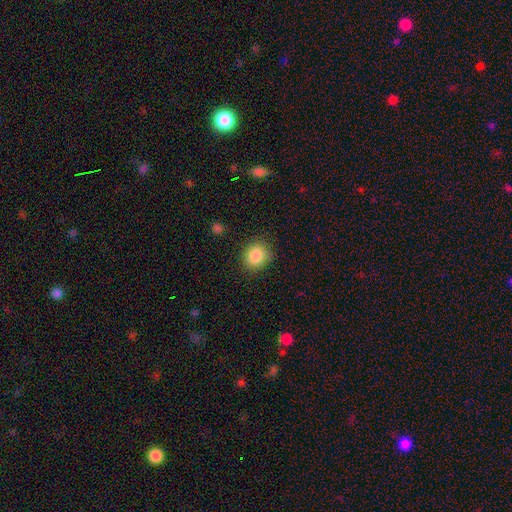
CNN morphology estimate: This is clearly a smooth galaxy (86%). How rounded: likely round (76%). Merging: clearly none (84%).